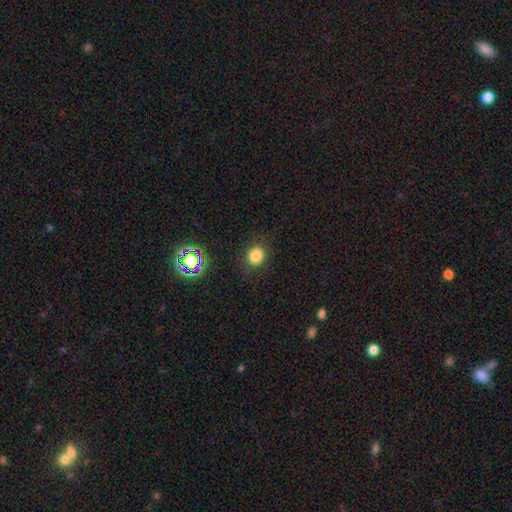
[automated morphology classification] This appears to be a smooth galaxy with no disk features (80%) that is round (74%). Merging: none (84%).